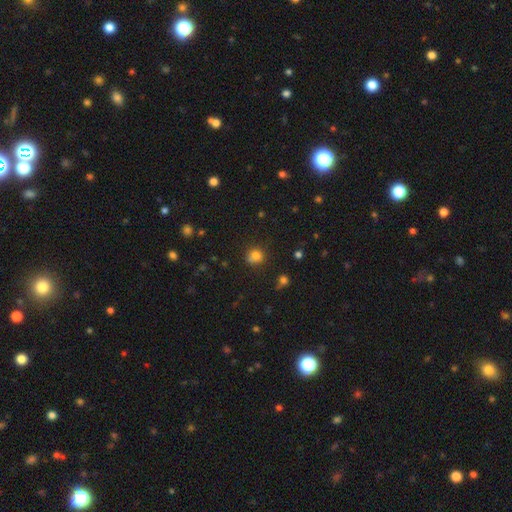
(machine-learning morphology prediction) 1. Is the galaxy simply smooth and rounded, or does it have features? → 78% smooth, 15% star or artifact, 8% featured or disk.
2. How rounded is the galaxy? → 79% round, 20% in between, 1% cigar-shaped.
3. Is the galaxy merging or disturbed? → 62% none, 19% minor disturbance, 13% merger, 6% major disturbance.